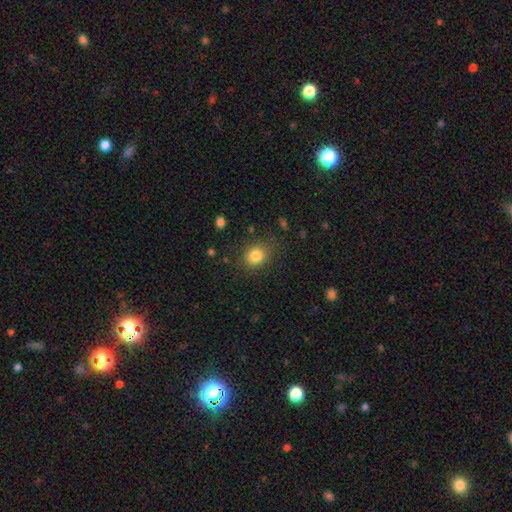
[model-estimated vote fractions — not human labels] The model was most divided on "how rounded": round: 64%, in between: 35%, cigar-shaped: 1%. More confident: smooth or featured — smooth (82%); merging — none (82%).